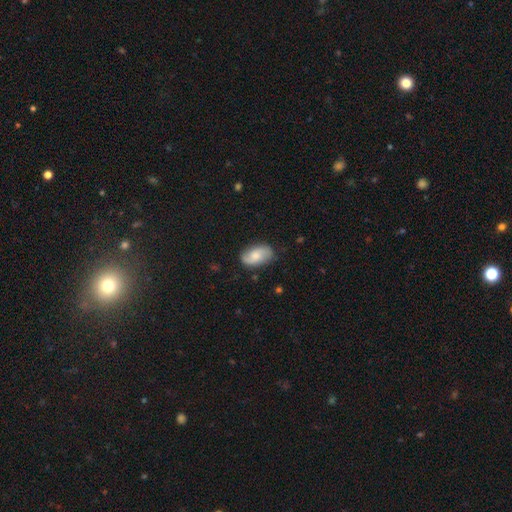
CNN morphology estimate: Smooth or featured? smooth (52%)
How rounded? in between (92%)
Merging? none (76%)